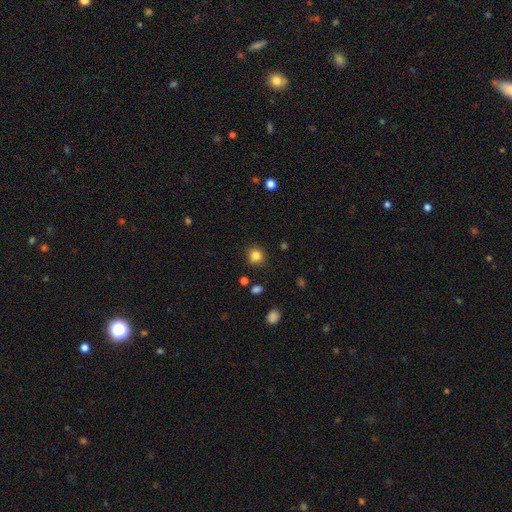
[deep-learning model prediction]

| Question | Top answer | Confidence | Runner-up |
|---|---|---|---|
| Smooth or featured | smooth | 83% | star or artifact (12%) |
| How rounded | round | 87% | in between (12%) |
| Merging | none | 85% | minor disturbance (10%) |